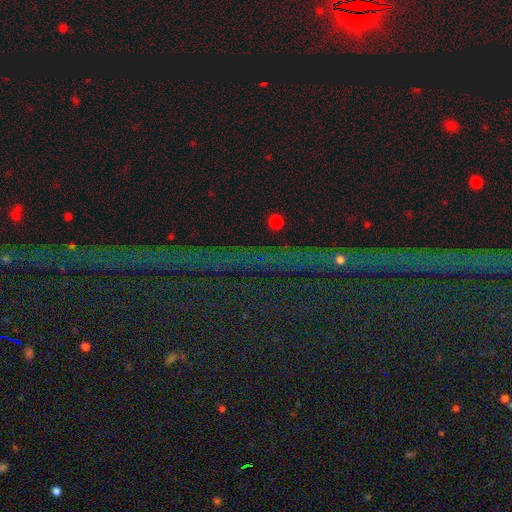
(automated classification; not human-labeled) Smooth or featured? star or artifact (88%)